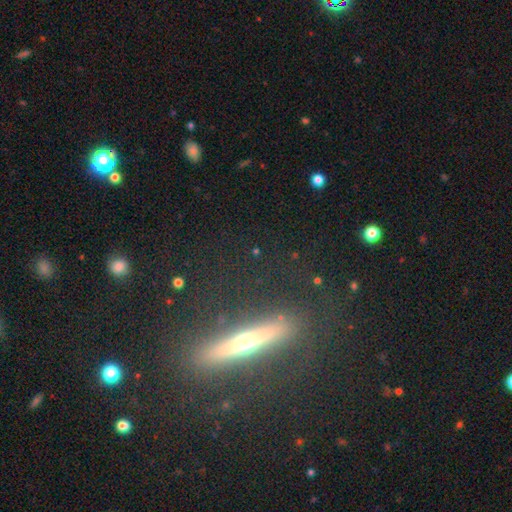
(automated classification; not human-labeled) Smooth or featured: featured or disk — 62% (smooth — 25%)
Edge-on disk: yes — 90% (no — 10%)
Edge-on bulge: rounded — 91% (none — 6%)
Merging: none — 85% (minor disturbance — 9%)